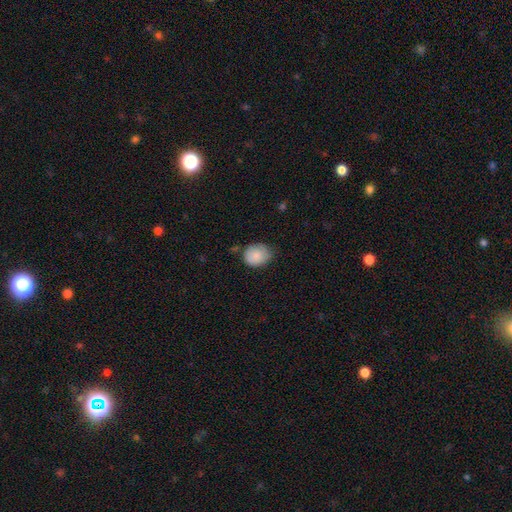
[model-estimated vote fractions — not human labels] This appears to be a smooth galaxy with no disk features (84%) that is round (56%). Merging: none (57%).